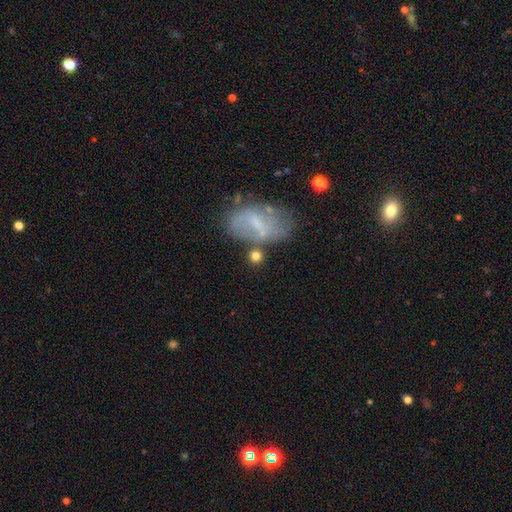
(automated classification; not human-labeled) This is likely a smooth galaxy (67%). How rounded: likely round (60%). Merging: likely none (60%).